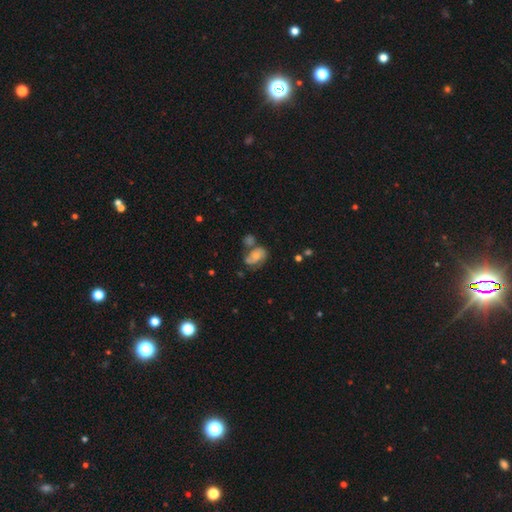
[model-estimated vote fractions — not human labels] This is possibly a featured or disk galaxy (56%). It is clearly not viewed edge-on (97%). Bar: likely no (68%). Spiral arm pattern: clearly yes (83%). Central bulge: possibly small (45%). Merging: marginally none (38%).